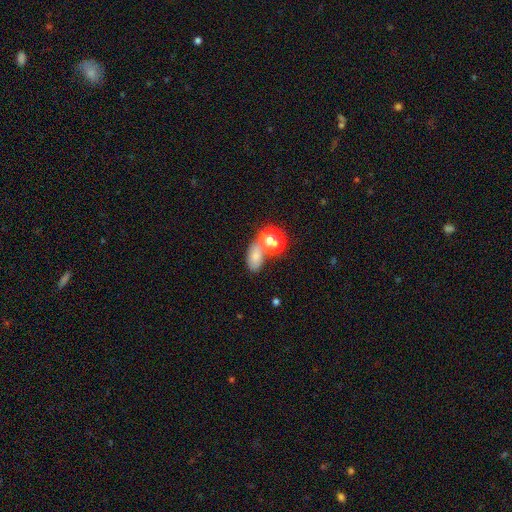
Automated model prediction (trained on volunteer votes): A smooth galaxy with no disk features (69%) that is in between round and cigar-shaped (81%).

Vote fractions:
- Smooth or featured? smooth: 69% / star or artifact: 18% / featured or disk: 13%
- How rounded? in between: 81% / round: 17% / cigar-shaped: 2%
- Merging? none: 50% / merger: 30% / minor disturbance: 13% / major disturbance: 7%